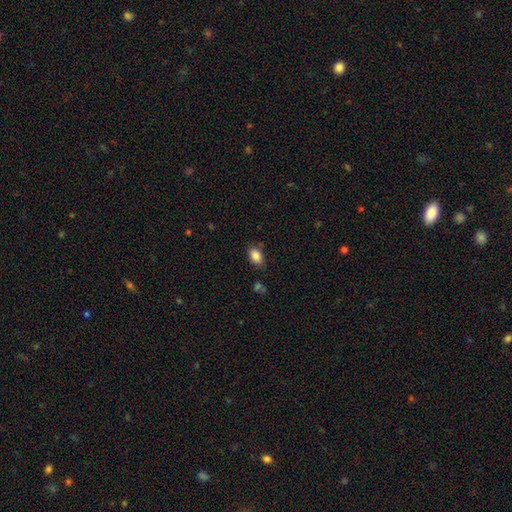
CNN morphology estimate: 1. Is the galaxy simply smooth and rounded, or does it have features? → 86% smooth, 8% star or artifact, 5% featured or disk.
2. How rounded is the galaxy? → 87% in between, 11% round, 2% cigar-shaped.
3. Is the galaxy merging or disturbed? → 80% none, 15% minor disturbance, 3% major disturbance, 2% merger.